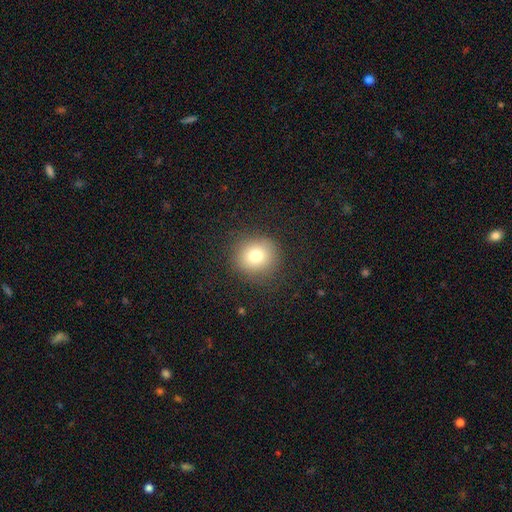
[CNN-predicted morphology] type=smooth (77%); roundness=round (87%); merging=none (86%).